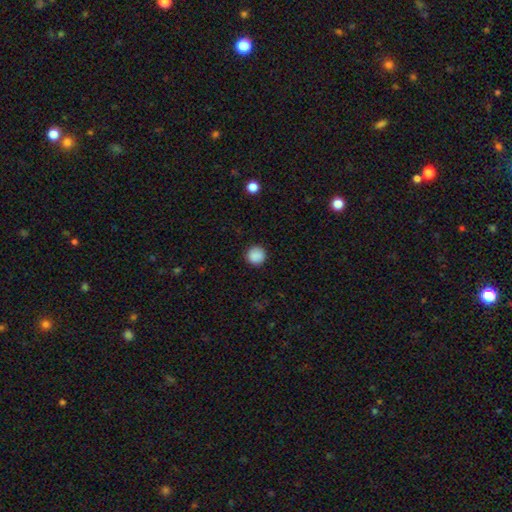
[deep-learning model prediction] Overall: smooth (88%). How rounded: round (95%). Merging: none (91%).